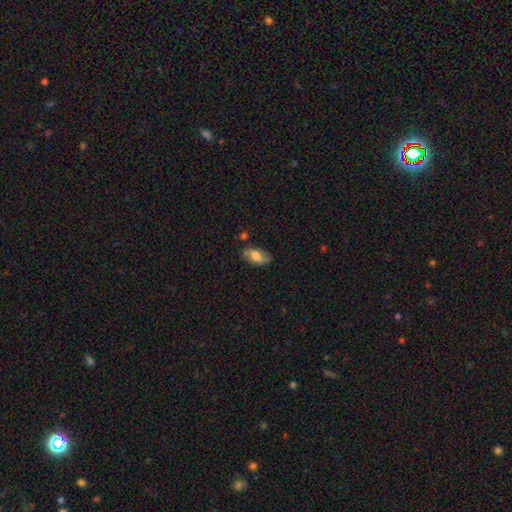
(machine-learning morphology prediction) This appears to be a smooth galaxy with no disk features (63%) that is in between round and cigar-shaped (90%). Merging: none (70%).